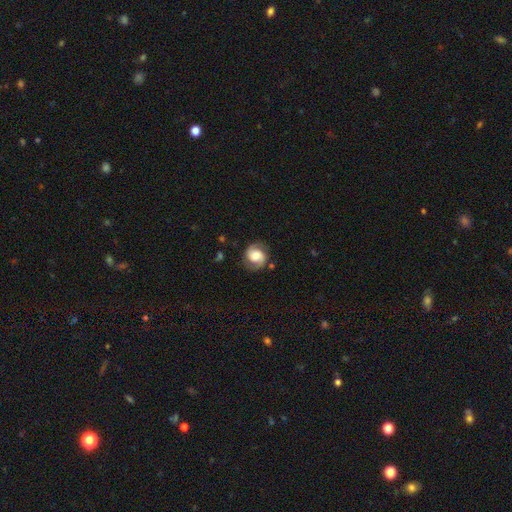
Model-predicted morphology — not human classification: type=featured or disk (66%); edge-on=no (98%); bar=no (53%); spiral arms=yes (92%); winding=medium (46%); arm count=2 (89%); bulge=large (39%); merging=none (77%).